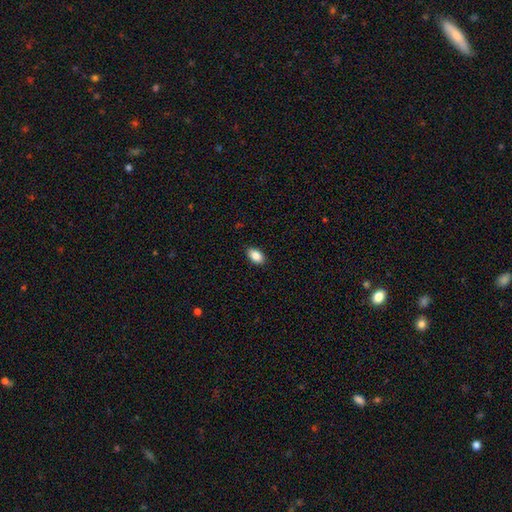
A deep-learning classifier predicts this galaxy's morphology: The model was most divided on "smooth or featured": smooth: 87%, star or artifact: 8%, featured or disk: 6%. More confident: how rounded — in between (91%); merging — none (89%).